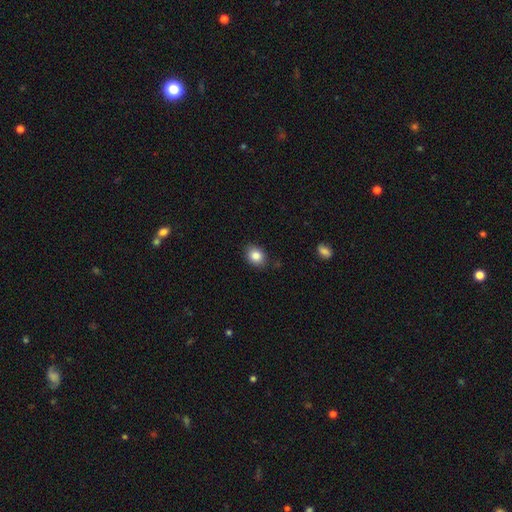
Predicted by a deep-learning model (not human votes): Smooth or featured?
  - smooth: 85% *
  - star or artifact: 9%
  - featured or disk: 6%
How rounded?
  - in between: 55% *
  - round: 44%
  - cigar-shaped: 1%
Merging?
  - none: 84% *
  - minor disturbance: 12%
  - major disturbance: 2%
  - merger: 2%